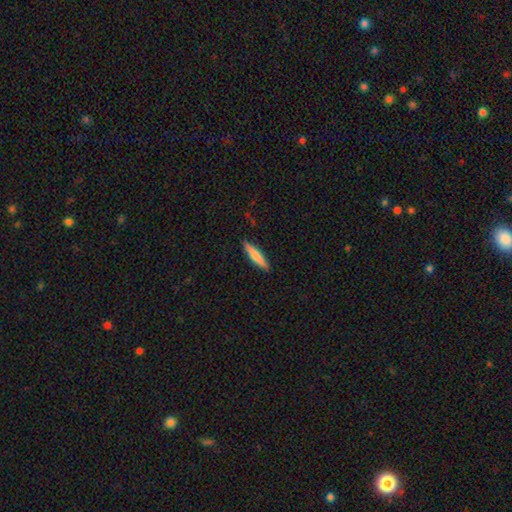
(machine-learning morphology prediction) type=smooth (73%); roundness=cigar-shaped (87%); merging=none (90%).